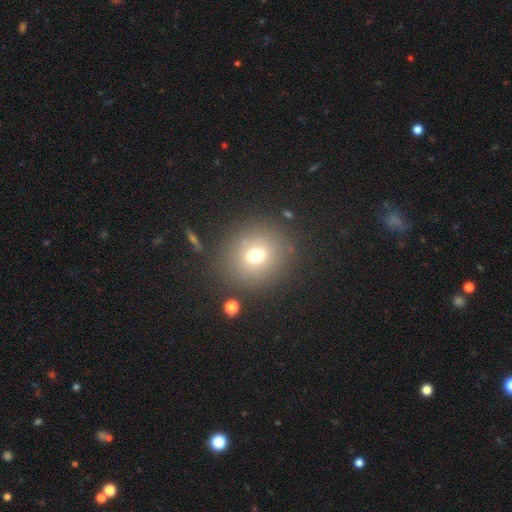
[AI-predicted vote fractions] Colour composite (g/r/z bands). It shows a smooth galaxy with no disk features (69%) that is round (81%). Merging: none (82%).